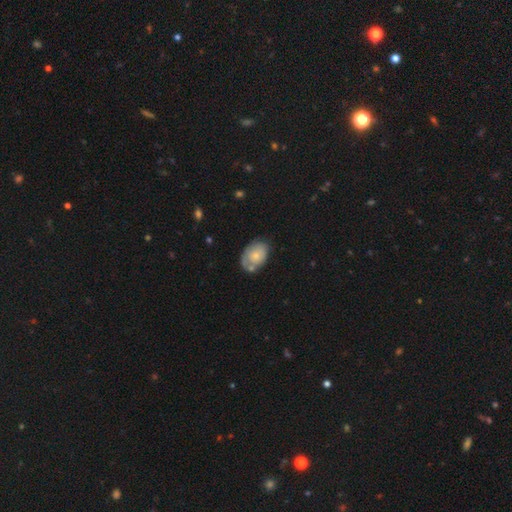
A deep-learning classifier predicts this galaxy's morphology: Smooth or featured: smooth — 64% (featured or disk — 30%)
How rounded: in between — 79% (round — 20%)
Merging: none — 52% (minor disturbance — 29%)